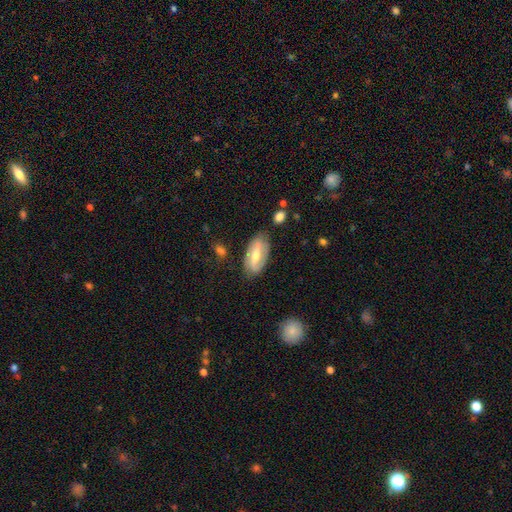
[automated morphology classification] The model was most divided on "bar": strong: 40%, weak: 37%, no: 23%. More confident: edge-on disk — no (89%); merging — none (78%); spiral arms — yes (74%); smooth or featured — featured or disk (61%); bulge size — moderate (60%).